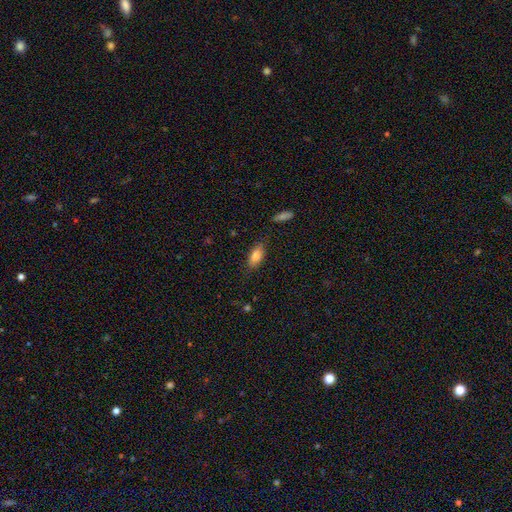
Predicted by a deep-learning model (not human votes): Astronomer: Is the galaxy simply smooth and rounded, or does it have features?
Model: smooth — 81%.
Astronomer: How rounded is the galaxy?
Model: in between — 83%.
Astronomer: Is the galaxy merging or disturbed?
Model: none — 78%.